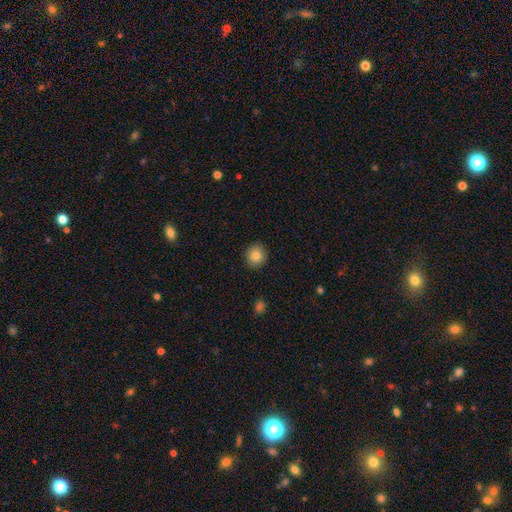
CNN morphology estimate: Smooth or featured? smooth (83%)
How rounded? round (87%)
Merging? none (91%)